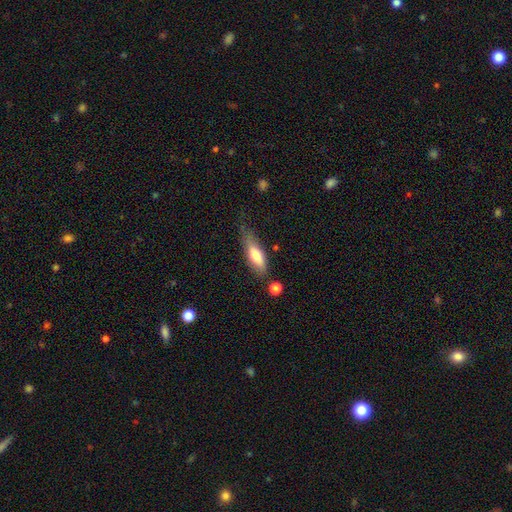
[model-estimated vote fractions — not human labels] A smooth galaxy with no disk features (69%) that is in between round and cigar-shaped (57%).

Vote fractions:
- Smooth or featured? smooth: 69% / featured or disk: 24% / star or artifact: 7%
- How rounded? in between: 57% / cigar-shaped: 40% / round: 2%
- Merging? none: 51% / minor disturbance: 31% / major disturbance: 12% / merger: 6%